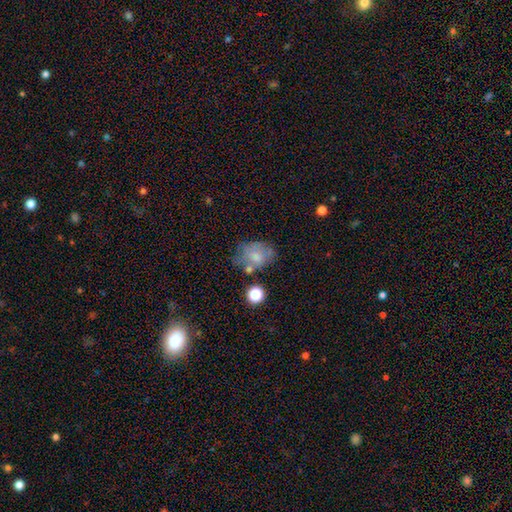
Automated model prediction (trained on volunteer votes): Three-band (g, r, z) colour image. It shows a smooth galaxy with no disk features (64%) that is in between round and cigar-shaped (68%). Merging: none (43%).